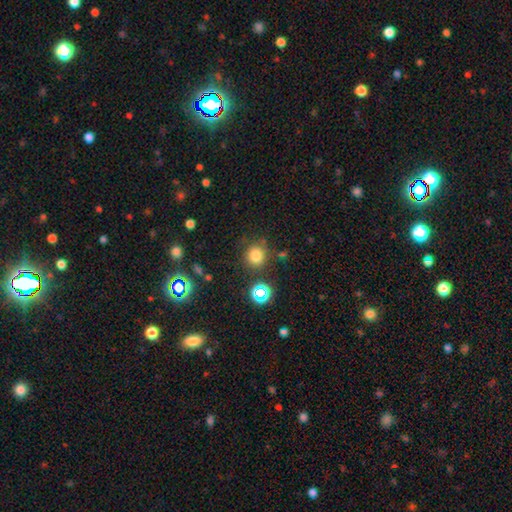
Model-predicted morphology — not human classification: smooth-or-featured: smooth: 77% | star or artifact: 17% | featured or disk: 6%
  how-rounded: round: 86% | in between: 13% | cigar-shaped: 1%
  merging: none: 78% | minor disturbance: 12% | merger: 5% | major disturbance: 5%